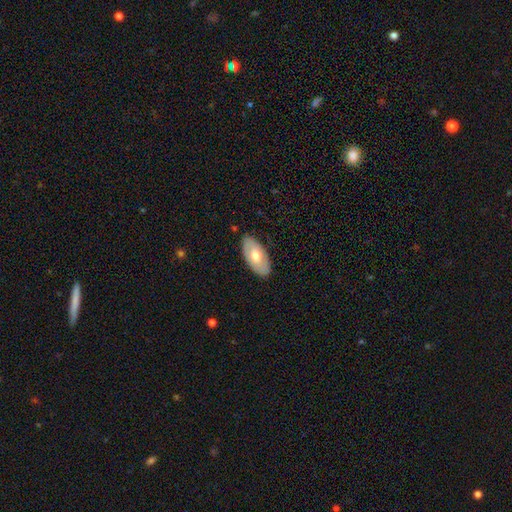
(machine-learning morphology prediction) Smooth or featured? Predicted: smooth (p=0.61). How rounded? Predicted: in between (p=0.94). Merging? Predicted: none (p=0.85).